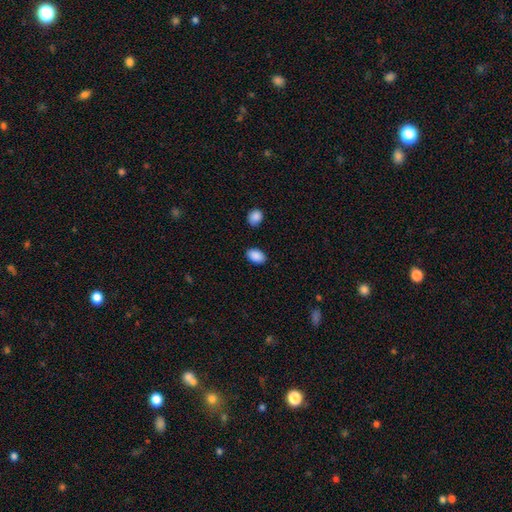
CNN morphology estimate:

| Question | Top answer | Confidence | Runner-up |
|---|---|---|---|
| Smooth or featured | smooth | 90% | star or artifact (7%) |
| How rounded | in between | 89% | round (10%) |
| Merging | none | 87% | minor disturbance (9%) |